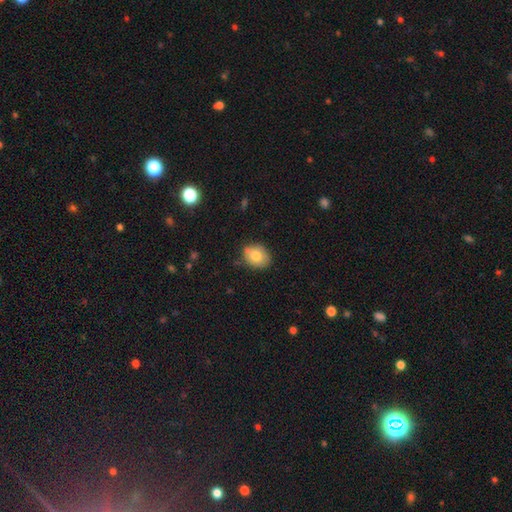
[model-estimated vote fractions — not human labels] smooth_or_featured: smooth (p=0.78) [alt: featured or disk p=0.14]
how_rounded: in between (p=0.58) [alt: round p=0.41]
merging: none (p=0.78) [alt: minor disturbance p=0.18]